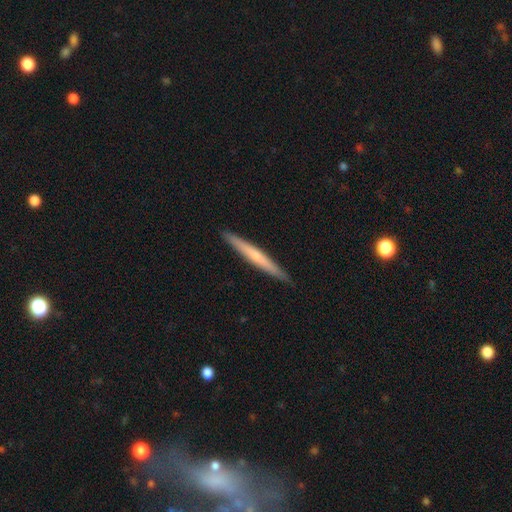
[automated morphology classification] A smooth galaxy with no disk features (50%) that is cigar-shaped (97%).

Vote fractions:
- Smooth or featured? smooth: 50% / featured or disk: 44% / star or artifact: 5%
- How rounded? cigar-shaped: 97% / in between: 2% / round: 1%
- Merging? none: 92% / minor disturbance: 6% / major disturbance: 1% / merger: 1%